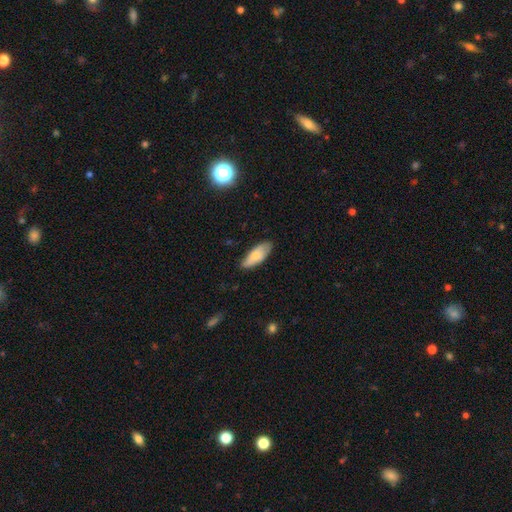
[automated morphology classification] Smooth or featured: smooth — 73% (featured or disk — 21%)
How rounded: in between — 76% (cigar-shaped — 22%)
Merging: none — 77% (minor disturbance — 19%)